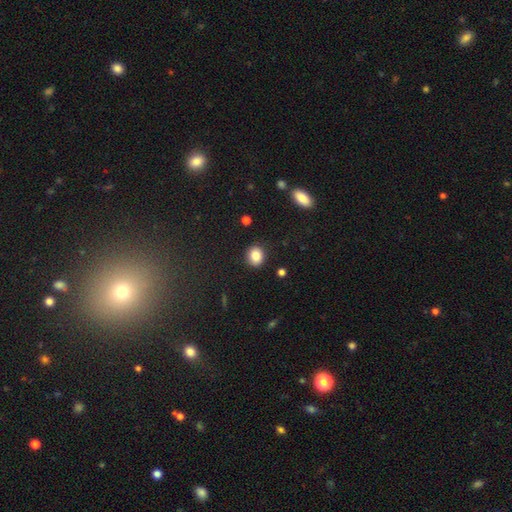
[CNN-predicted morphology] This is clearly a smooth galaxy (85%). How rounded: likely round (67%). Merging: clearly none (89%).